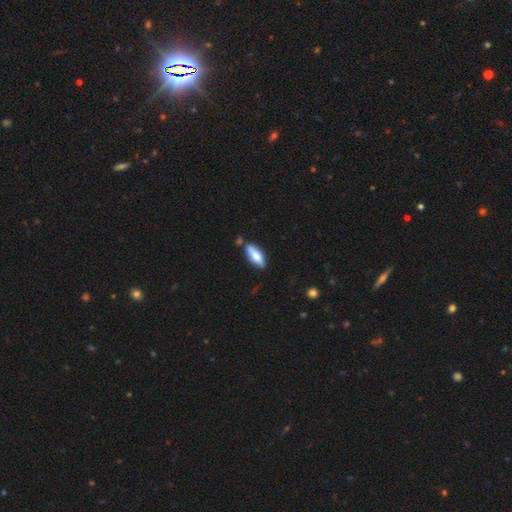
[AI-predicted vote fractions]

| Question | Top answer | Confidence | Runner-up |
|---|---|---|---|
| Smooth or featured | smooth | 69% | featured or disk (26%) |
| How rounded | in between | 69% | cigar-shaped (29%) |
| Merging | none | 76% | minor disturbance (15%) |